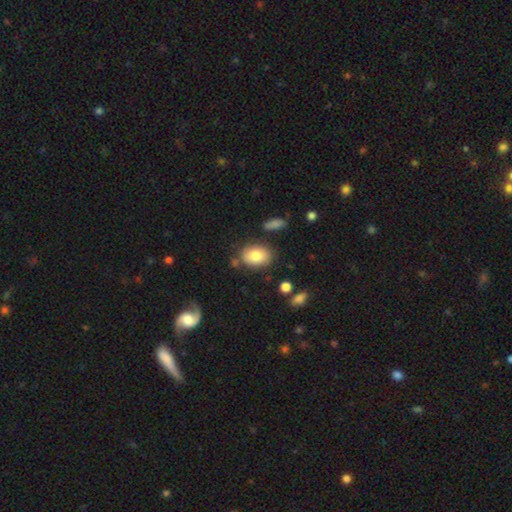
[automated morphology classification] smooth 81%, featured or disk 11%, star or artifact 8%. Down the decision tree: how rounded — in between (81%); merging — none (76%).